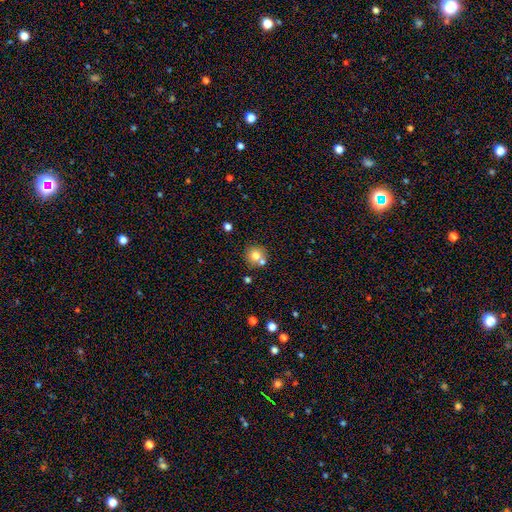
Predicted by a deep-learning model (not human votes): The model was most divided on "merging": none: 66%, merger: 23%, minor disturbance: 9%, major disturbance: 3%. More confident: how rounded — round (92%); smooth or featured — smooth (75%).